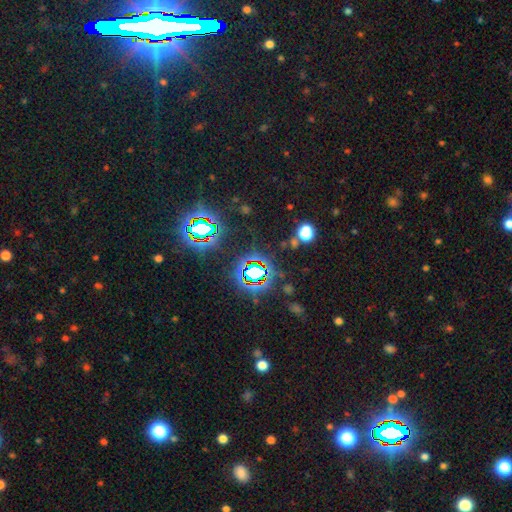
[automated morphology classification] Smooth or featured?
  - star or artifact: 81% *
  - smooth: 12%
  - featured or disk: 8%